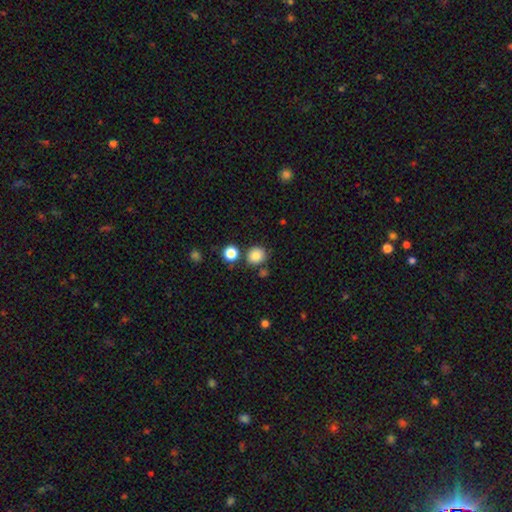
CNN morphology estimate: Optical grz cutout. It shows a smooth galaxy with no disk features (84%) that is round (87%). Merging: none (78%).